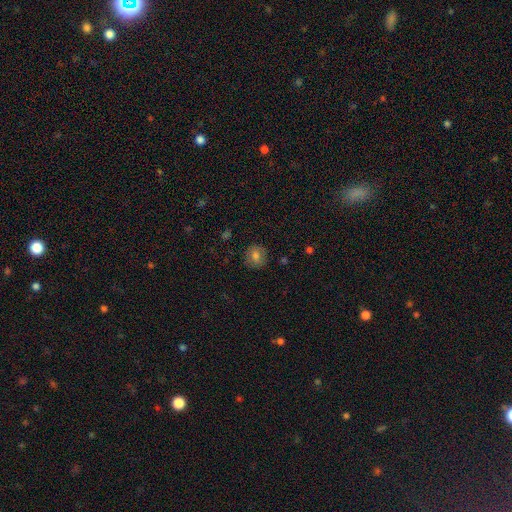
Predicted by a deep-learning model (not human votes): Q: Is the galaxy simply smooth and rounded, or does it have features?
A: smooth — 78%.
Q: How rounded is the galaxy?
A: round — 82%.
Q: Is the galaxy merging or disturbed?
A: none — 85%.